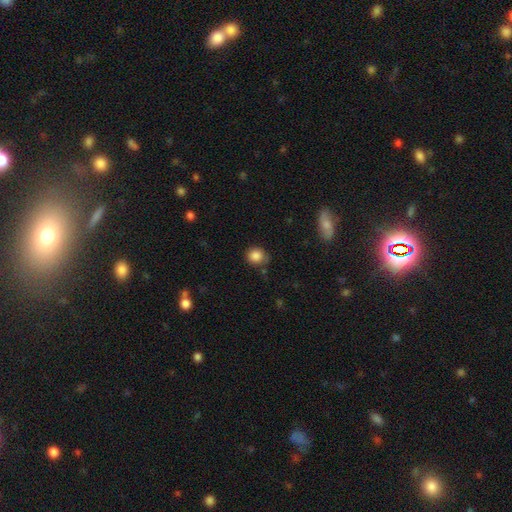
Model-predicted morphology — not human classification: This appears to be a smooth galaxy with no disk features (86%) that is round (84%). Merging: none (74%).